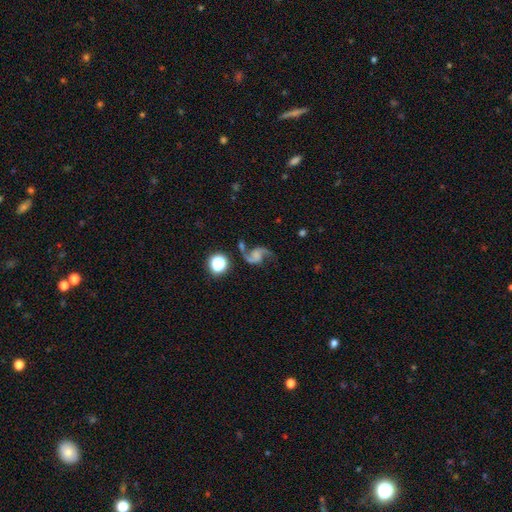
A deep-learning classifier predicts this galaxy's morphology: Q: Smooth or featured?
A: featured or disk (85%); runner-up: star or artifact (8%)
Q: Edge-on disk?
A: no (98%); runner-up: yes (2%)
Q: Bar?
A: no (61%); runner-up: weak (31%)
Q: Spiral arms?
A: yes (97%); runner-up: no (3%)
Q: Spiral winding?
A: loose (74%); runner-up: medium (22%)
Q: Spiral arm count?
A: 2 (93%); runner-up: 1 (3%)
Q: Bulge size?
A: none (46%); runner-up: small (29%)
Q: Merging?
A: none (63%); runner-up: minor disturbance (17%)